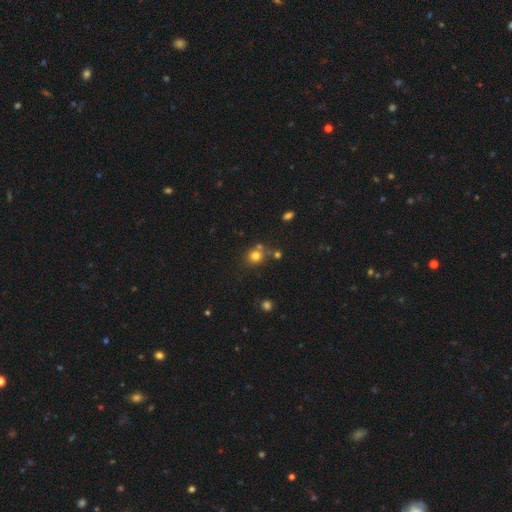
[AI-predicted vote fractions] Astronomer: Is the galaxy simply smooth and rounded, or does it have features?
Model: smooth — 78%.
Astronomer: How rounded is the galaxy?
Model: round — 85%.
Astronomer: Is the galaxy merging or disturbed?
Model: none — 68%.